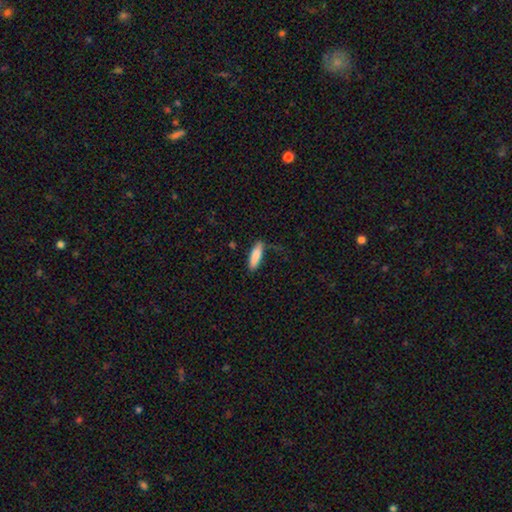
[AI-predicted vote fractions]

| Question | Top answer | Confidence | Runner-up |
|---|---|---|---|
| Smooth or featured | smooth | 86% | featured or disk (8%) |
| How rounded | cigar-shaped | 55% | in between (44%) |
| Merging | none | 68% | minor disturbance (23%) |